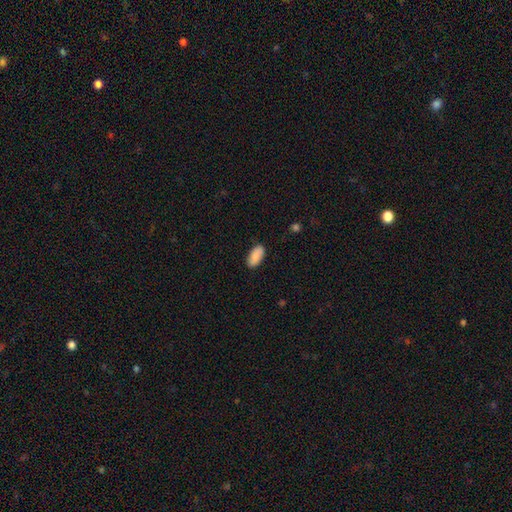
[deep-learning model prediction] A smooth galaxy with no disk features (85%) that is in between round and cigar-shaped (92%).

Vote fractions:
- Smooth or featured? smooth: 85% / featured or disk: 9% / star or artifact: 6%
- How rounded? in between: 92% / cigar-shaped: 6% / round: 2%
- Merging? none: 86% / minor disturbance: 11% / major disturbance: 2% / merger: 1%